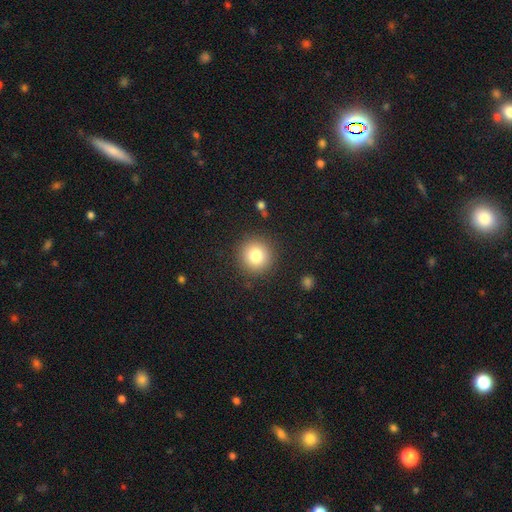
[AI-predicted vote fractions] Smooth or featured: smooth — 81% (star or artifact — 11%)
How rounded: round — 94% (in between — 5%)
Merging: none — 90% (minor disturbance — 6%)